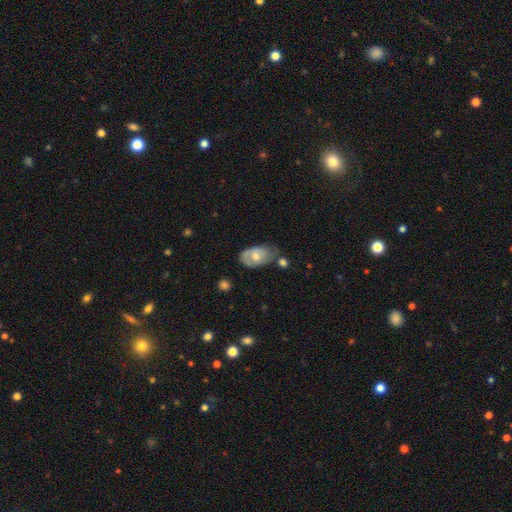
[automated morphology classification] Smooth or featured: smooth — 55% (featured or disk — 38%)
How rounded: in between — 90% (round — 8%)
Merging: none — 48% (minor disturbance — 33%)